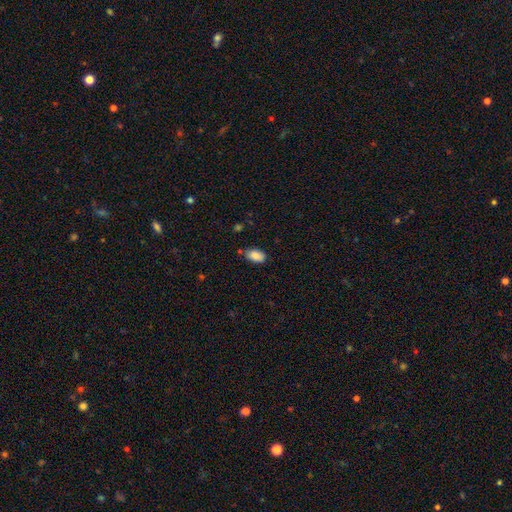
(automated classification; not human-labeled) Smooth or featured? Predicted: smooth (p=0.88). How rounded? Predicted: in between (p=0.93). Merging? Predicted: none (p=0.75).